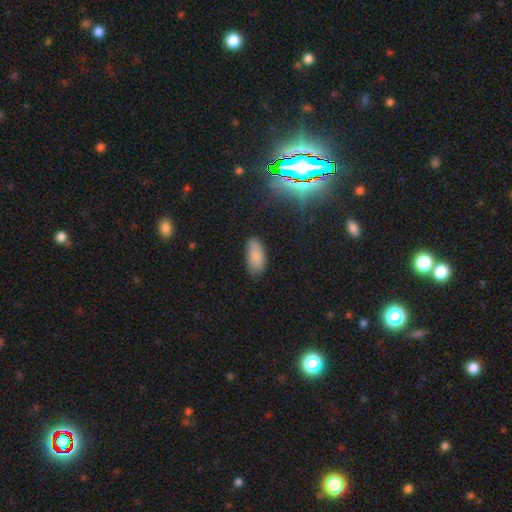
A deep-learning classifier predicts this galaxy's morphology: A smooth galaxy with no disk features (84%) that is in between round and cigar-shaped (91%). Merging: none (75%).